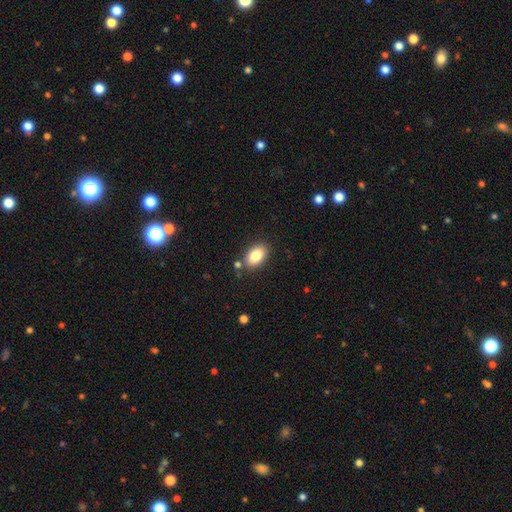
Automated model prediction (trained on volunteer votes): Overall: smooth (83%). How rounded: in between (90%). Merging: none (81%).